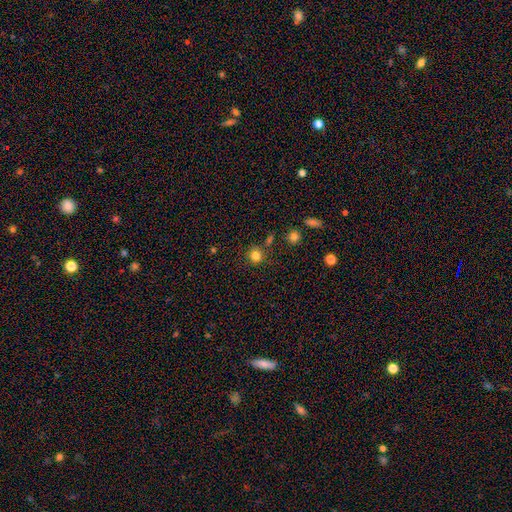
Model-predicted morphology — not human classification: Smooth or featured: smooth — 81% (star or artifact — 14%)
How rounded: round — 91% (in between — 8%)
Merging: none — 82% (minor disturbance — 9%)